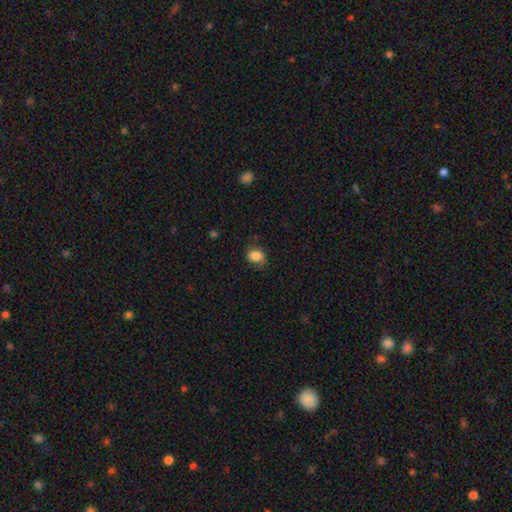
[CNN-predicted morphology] Smooth or featured: smooth — 83% (featured or disk — 9%)
How rounded: in between — 51% (round — 48%)
Merging: none — 67% (minor disturbance — 24%)